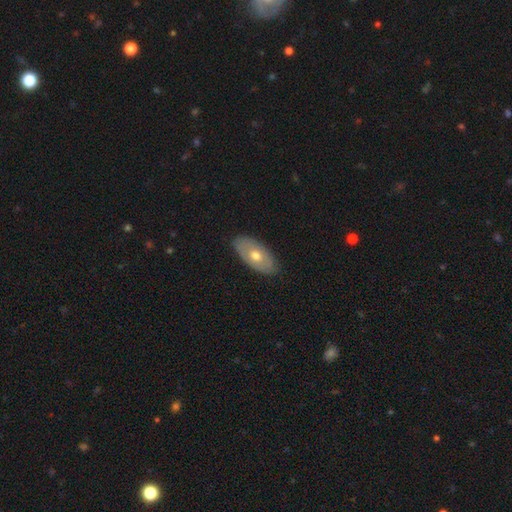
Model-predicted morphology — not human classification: Q: Smooth or featured?
A: smooth (55%); runner-up: featured or disk (39%)
Q: How rounded?
A: in between (92%); runner-up: round (4%)
Q: Merging?
A: none (84%); runner-up: minor disturbance (12%)